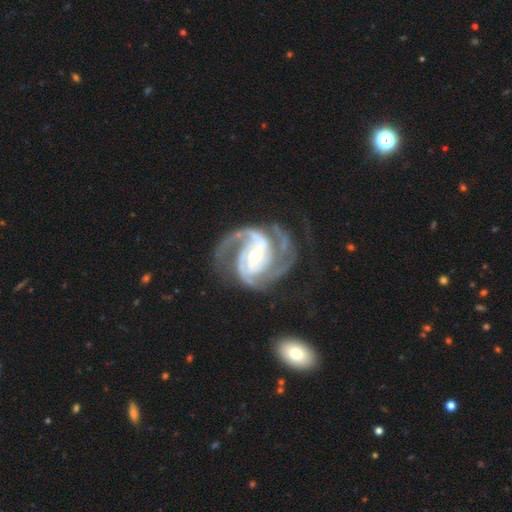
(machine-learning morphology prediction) Smooth or featured? featured or disk (94%)
Edge-on disk? no (98%)
Bar? no (43%)
Spiral arms? yes (99%)
Spiral winding? tight (47%)
Spiral arm count? 3 (52%)
Bulge size? moderate (62%)
Merging? none (69%)